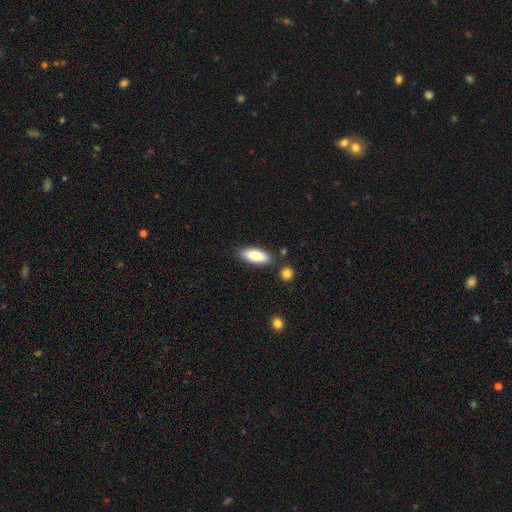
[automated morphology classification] This is clearly a smooth galaxy (86%). How rounded: likely in between (76%). Merging: clearly none (82%).